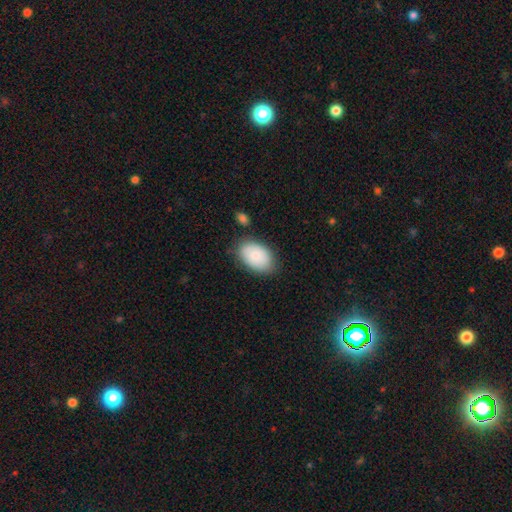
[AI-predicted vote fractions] The model was most divided on "merging": none: 78%, minor disturbance: 15%, major disturbance: 4%, merger: 3%. More confident: how rounded — in between (90%); smooth or featured — smooth (82%).